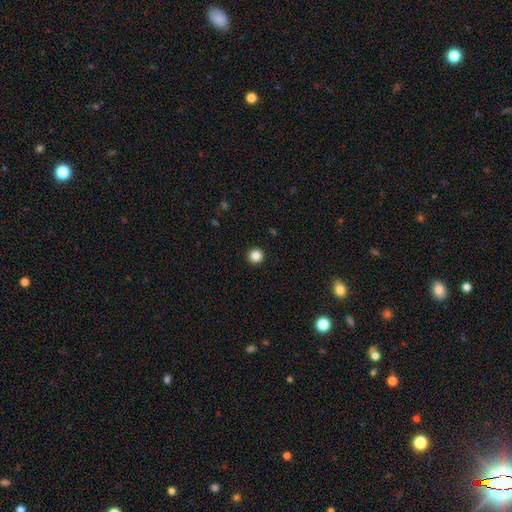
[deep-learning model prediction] A smooth galaxy with no disk features (85%) that is round (95%).

Vote fractions:
- Smooth or featured? smooth: 85% / star or artifact: 11% / featured or disk: 4%
- How rounded? round: 95% / in between: 4% / cigar-shaped: 1%
- Merging? none: 94% / minor disturbance: 4% / major disturbance: 1% / merger: 1%